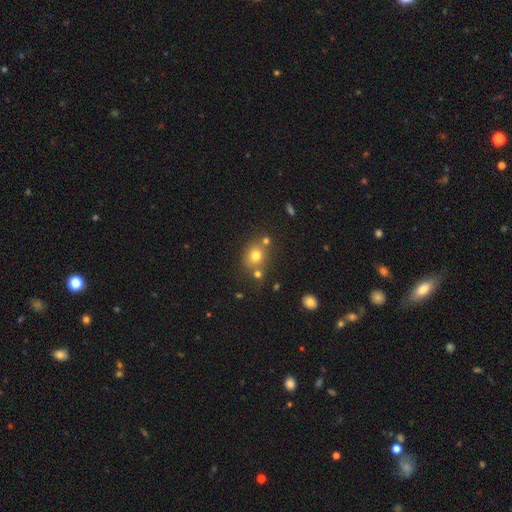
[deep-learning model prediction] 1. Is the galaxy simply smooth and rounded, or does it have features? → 73% smooth, 15% star or artifact, 12% featured or disk.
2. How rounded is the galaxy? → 69% round, 30% in between, 1% cigar-shaped.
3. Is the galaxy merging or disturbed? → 65% none, 19% merger, 12% minor disturbance, 4% major disturbance.